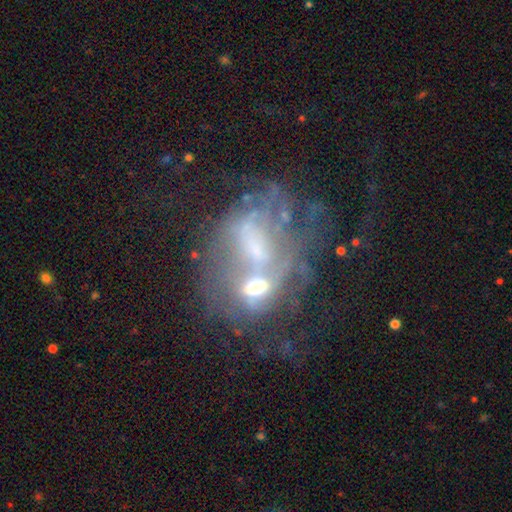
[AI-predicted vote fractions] Overall: featured or disk (67%). Edge-on disk: no (96%). Bar: no (60%; weak 27%). Spiral arms: no (58%; yes 42%). Bulge size: small (36%; moderate 35%). Merging: merger (41%; major disturbance 26%).